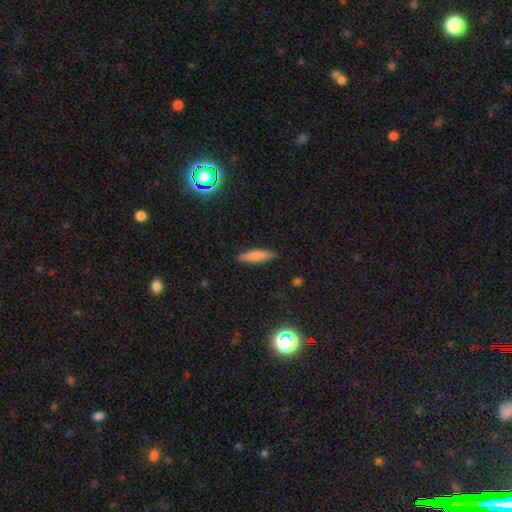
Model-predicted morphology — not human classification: Smooth or featured? Predicted: smooth (p=0.74). How rounded? Predicted: cigar-shaped (p=0.77). Merging? Predicted: none (p=0.87).